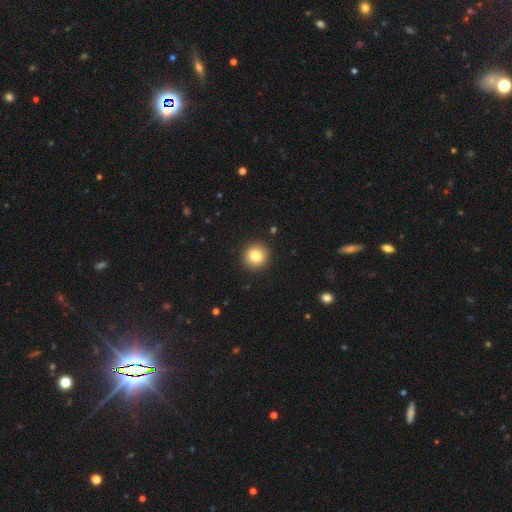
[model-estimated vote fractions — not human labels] Overall: smooth (82%). How rounded: round (92%). Merging: none (93%).